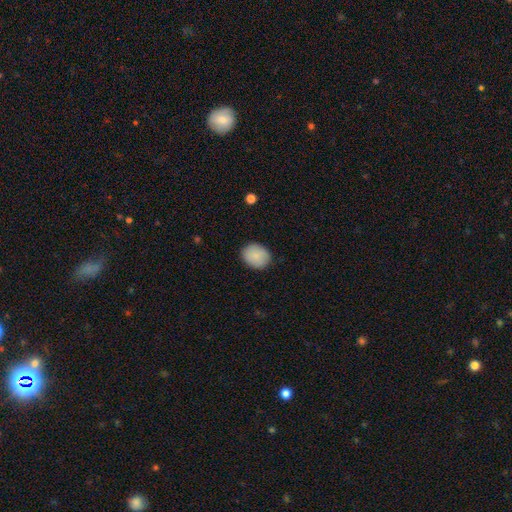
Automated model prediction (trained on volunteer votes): Smooth or featured? smooth (87%)
How rounded? round (54%)
Merging? none (87%)